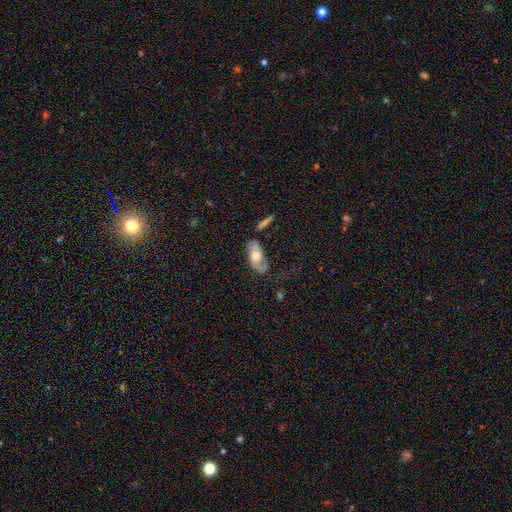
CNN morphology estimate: type=featured or disk (48%); merging=none (57%).